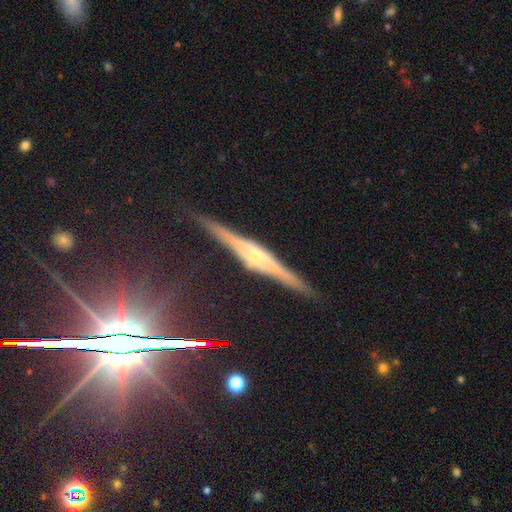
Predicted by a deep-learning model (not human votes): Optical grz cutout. It shows a featured or disk galaxy (82%) viewed edge-on (98%) with a rounded central bulge (63%). Merging: none (88%).